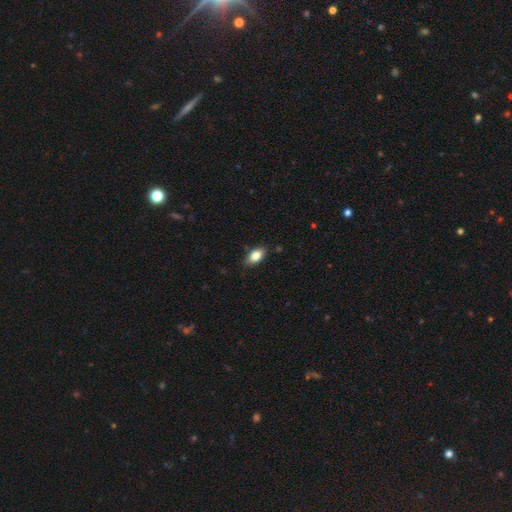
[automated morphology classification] The model was most divided on "merging": none: 81%, minor disturbance: 15%, major disturbance: 2%, merger: 1%. More confident: how rounded — in between (90%); smooth or featured — smooth (82%).